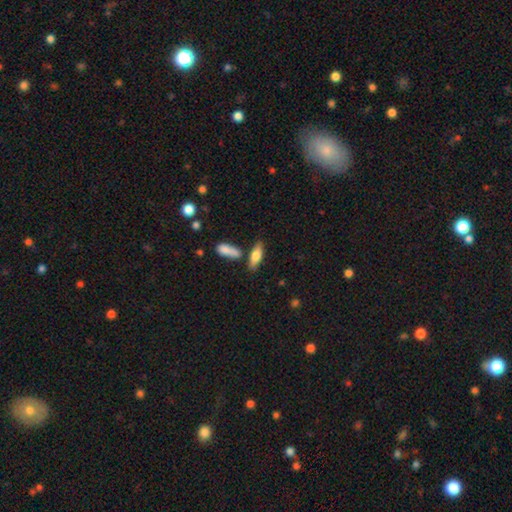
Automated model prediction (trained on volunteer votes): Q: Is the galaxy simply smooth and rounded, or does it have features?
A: smooth — 76%.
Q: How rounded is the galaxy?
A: in between — 62%.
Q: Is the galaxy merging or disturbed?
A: none — 63%.